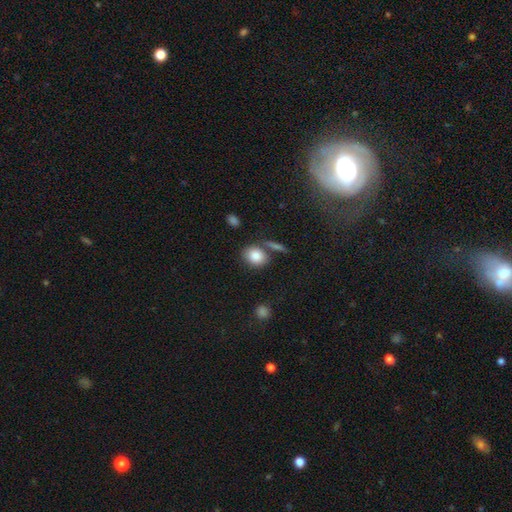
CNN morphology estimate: A smooth galaxy with no disk features (84%) that is round (51%).

Vote fractions:
- Smooth or featured? smooth: 84% / star or artifact: 8% / featured or disk: 7%
- How rounded? round: 51% / in between: 48% / cigar-shaped: 2%
- Merging? none: 69% / merger: 14% / minor disturbance: 13% / major disturbance: 4%